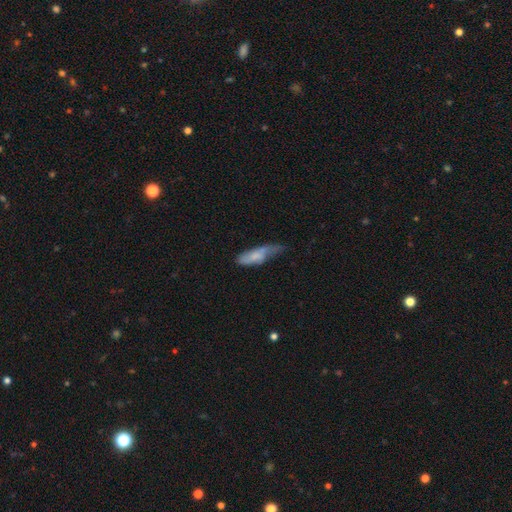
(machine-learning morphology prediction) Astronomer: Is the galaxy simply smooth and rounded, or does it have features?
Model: smooth — 66%.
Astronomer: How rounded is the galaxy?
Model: in between — 50% (runner-up: cigar-shaped, 48%).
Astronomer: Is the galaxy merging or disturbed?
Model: minor disturbance — 44% (runner-up: none, 30%).